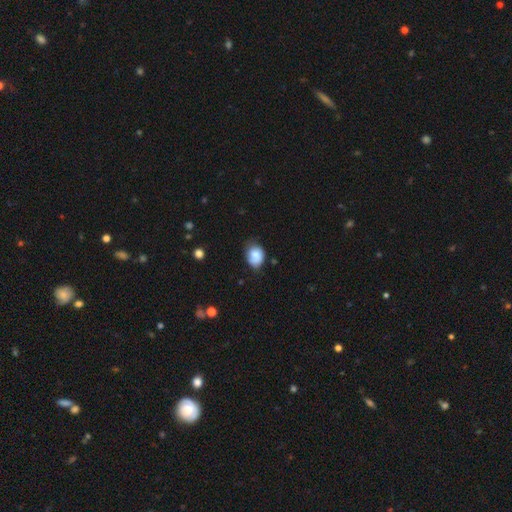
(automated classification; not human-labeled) Morphology: type=smooth (80%); roundness=in between (58%); merging=none (57%).